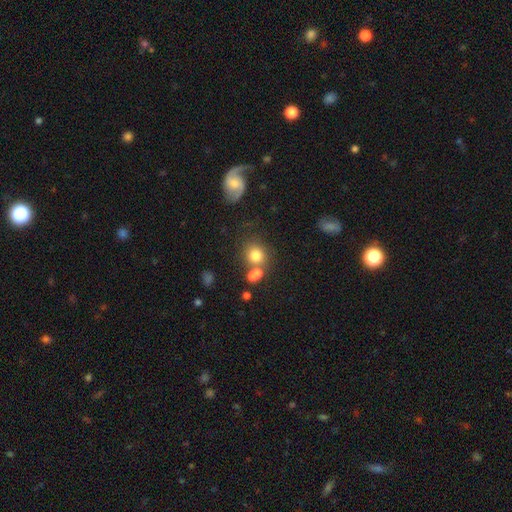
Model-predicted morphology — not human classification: This appears to be a smooth galaxy with no disk features (76%) that is round (79%). Merging: none (54%).